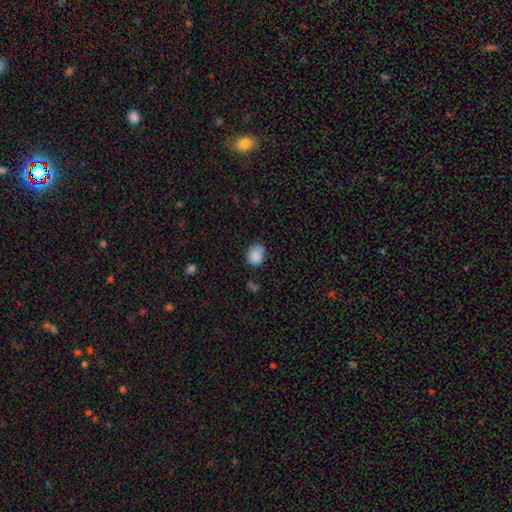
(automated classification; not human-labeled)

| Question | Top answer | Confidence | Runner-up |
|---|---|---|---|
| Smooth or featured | smooth | 87% | star or artifact (9%) |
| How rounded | round | 57% | in between (42%) |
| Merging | none | 68% | minor disturbance (25%) |